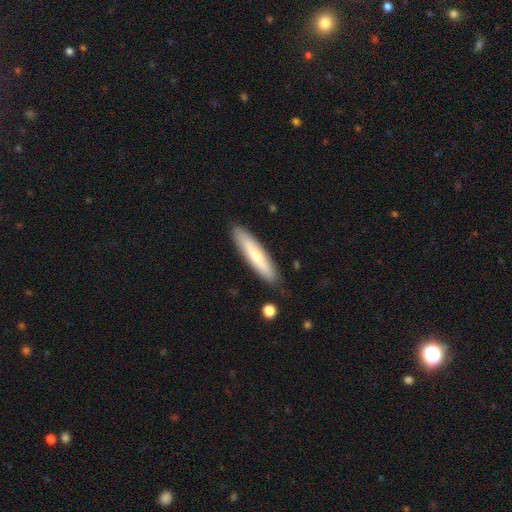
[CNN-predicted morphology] Smooth or featured? smooth (59%)
How rounded? cigar-shaped (82%)
Merging? none (86%)